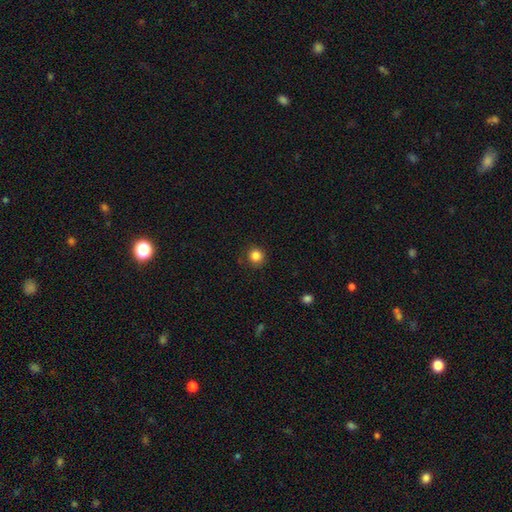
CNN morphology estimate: The model was most divided on "smooth or featured": smooth: 84%, star or artifact: 12%, featured or disk: 4%. More confident: how rounded — round (93%); merging — none (88%).